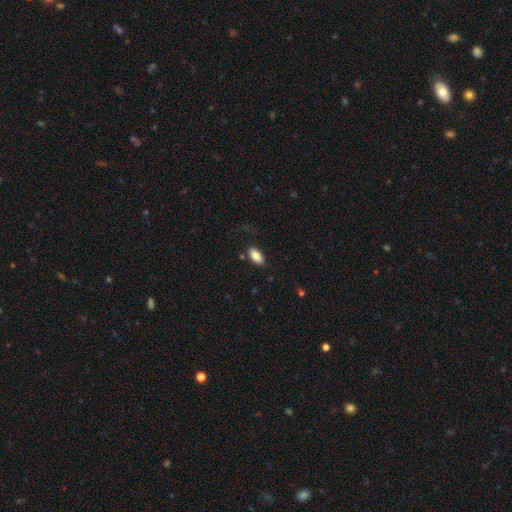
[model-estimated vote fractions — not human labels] smooth_or_featured: smooth (p=0.84) [alt: featured or disk p=0.08]
how_rounded: in between (p=0.92) [alt: cigar-shaped p=0.05]
merging: none (p=0.81) [alt: minor disturbance p=0.13]